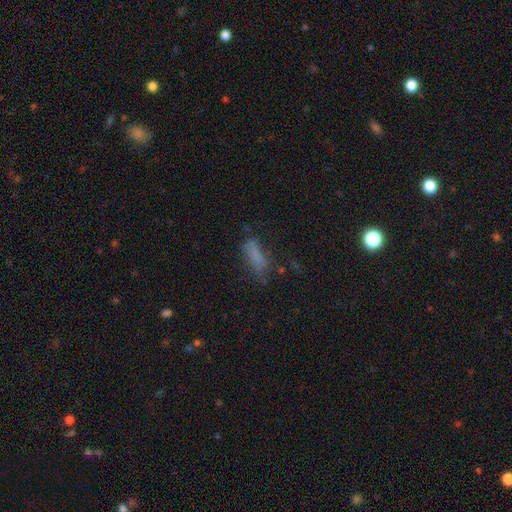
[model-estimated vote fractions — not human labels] smooth_or_featured: smooth (p=0.68) [alt: featured or disk p=0.18]
how_rounded: in between (p=0.51) [alt: cigar-shaped p=0.47]
merging: none (p=0.52) [alt: minor disturbance p=0.26]